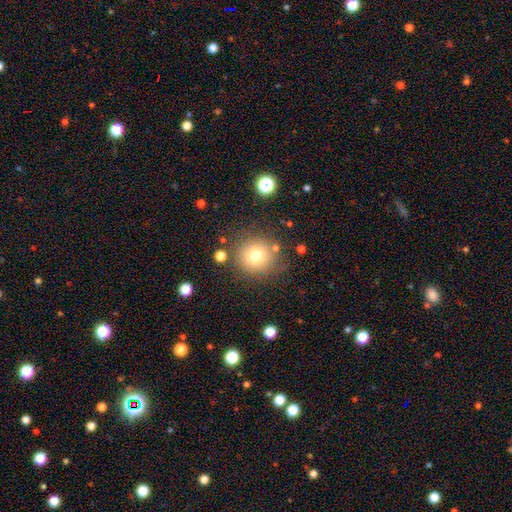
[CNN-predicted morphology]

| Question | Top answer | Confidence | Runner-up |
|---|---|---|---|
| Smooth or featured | smooth | 74% | star or artifact (14%) |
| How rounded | round | 93% | in between (6%) |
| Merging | none | 81% | minor disturbance (10%) |